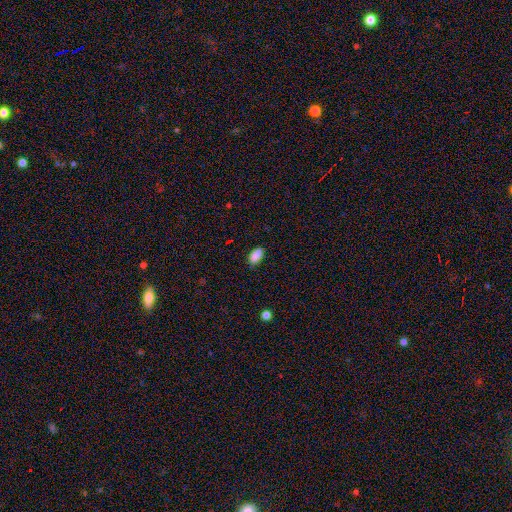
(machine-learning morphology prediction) smooth_or_featured: smooth (p=0.88) [alt: star or artifact p=0.09]
how_rounded: in between (p=0.92) [alt: cigar-shaped p=0.04]
merging: none (p=0.83) [alt: minor disturbance p=0.14]